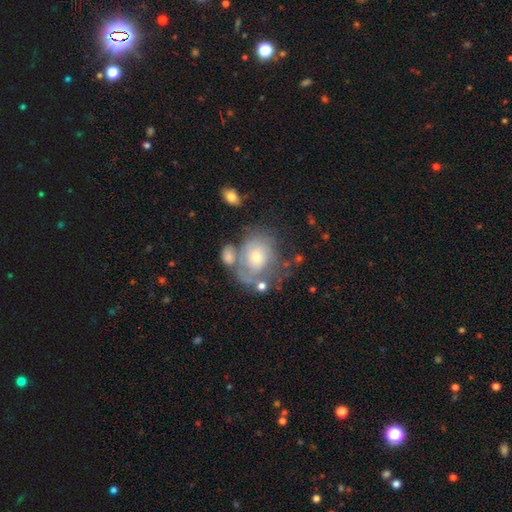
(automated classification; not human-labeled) A featured or disk galaxy (54%) with no bar (84%), spiral arms (56%) and a moderate central bulge (48%). Merging: none (41%).